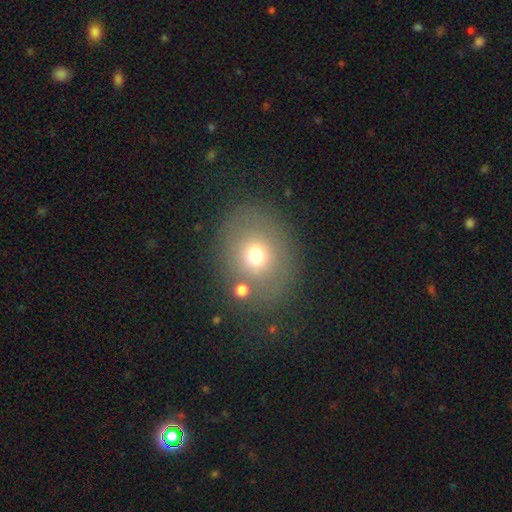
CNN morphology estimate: smooth_or_featured: smooth (p=0.67) [alt: featured or disk p=0.17]
how_rounded: round (p=0.60) [alt: in between p=0.39]
merging: none (p=0.73) [alt: minor disturbance p=0.13]